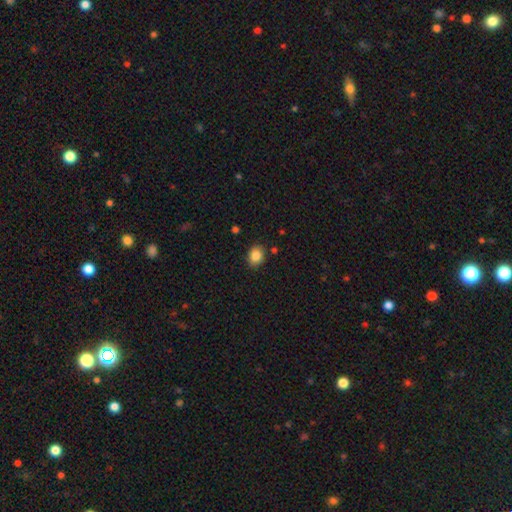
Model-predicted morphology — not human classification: A smooth galaxy with no disk features (86%) that is round (52%).

Vote fractions:
- Smooth or featured? smooth: 86% / star or artifact: 9% / featured or disk: 5%
- How rounded? round: 52% / in between: 47% / cigar-shaped: 1%
- Merging? none: 85% / minor disturbance: 10% / major disturbance: 2% / merger: 2%